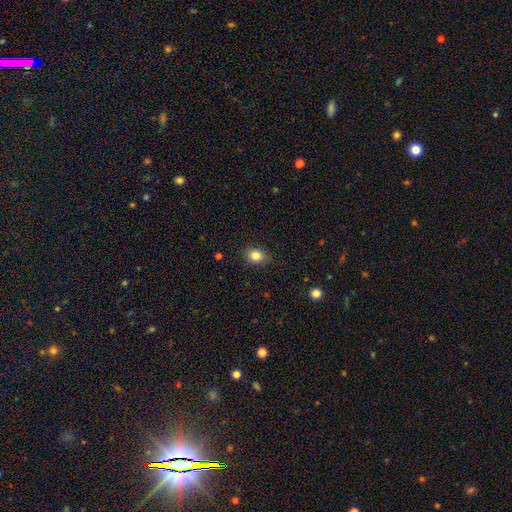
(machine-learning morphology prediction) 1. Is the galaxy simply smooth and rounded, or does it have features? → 83% smooth, 10% star or artifact, 6% featured or disk.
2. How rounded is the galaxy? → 53% in between, 46% round, 1% cigar-shaped.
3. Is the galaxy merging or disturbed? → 85% none, 12% minor disturbance, 2% major disturbance, 1% merger.